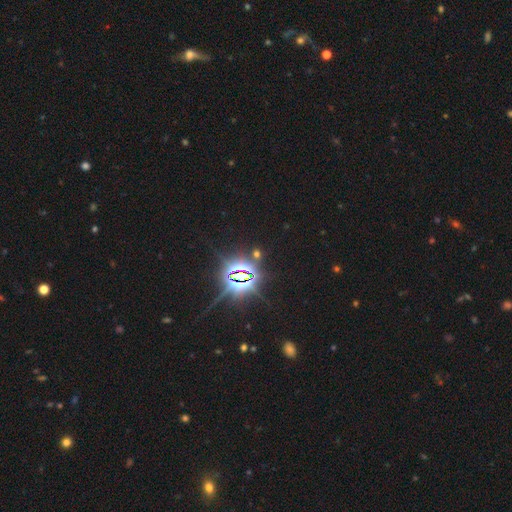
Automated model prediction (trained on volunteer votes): Smooth or featured?
  - star or artifact: 85% *
  - featured or disk: 8%
  - smooth: 7%